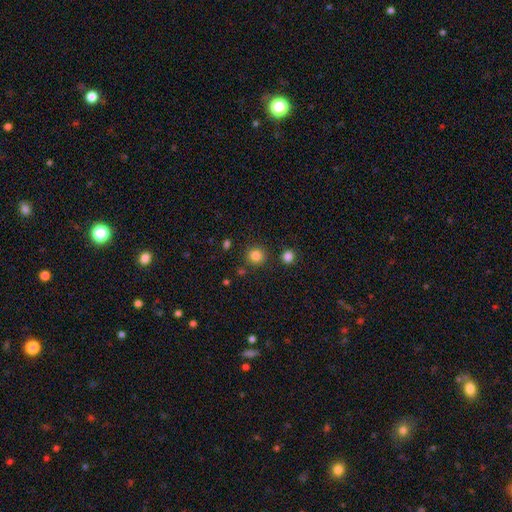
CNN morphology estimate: Smooth or featured: smooth — 84% (star or artifact — 12%)
How rounded: round — 92% (in between — 7%)
Merging: none — 87% (minor disturbance — 7%)